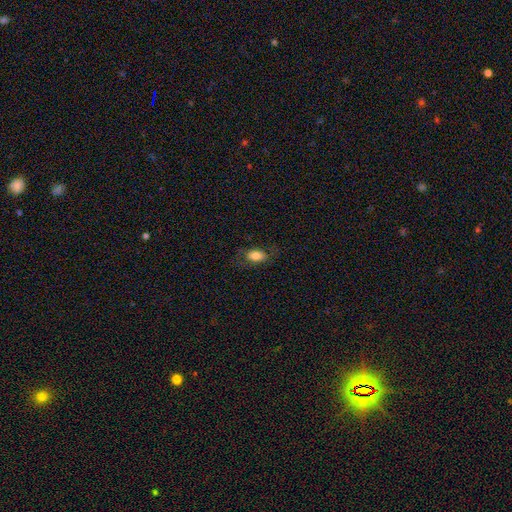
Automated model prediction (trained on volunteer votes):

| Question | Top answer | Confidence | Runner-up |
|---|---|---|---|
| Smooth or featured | smooth | 80% | featured or disk (12%) |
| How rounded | in between | 87% | round (9%) |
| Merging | none | 76% | minor disturbance (16%) |